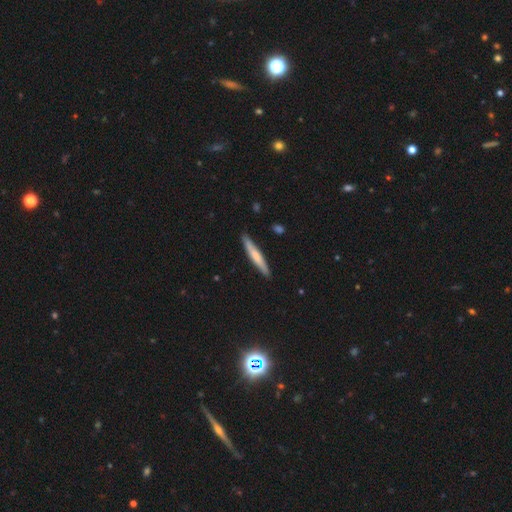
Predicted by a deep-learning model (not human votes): smooth_or_featured: smooth (p=0.61) [alt: featured or disk p=0.34]
how_rounded: cigar-shaped (p=0.94) [alt: in between p=0.04]
merging: none (p=0.89) [alt: minor disturbance p=0.08]